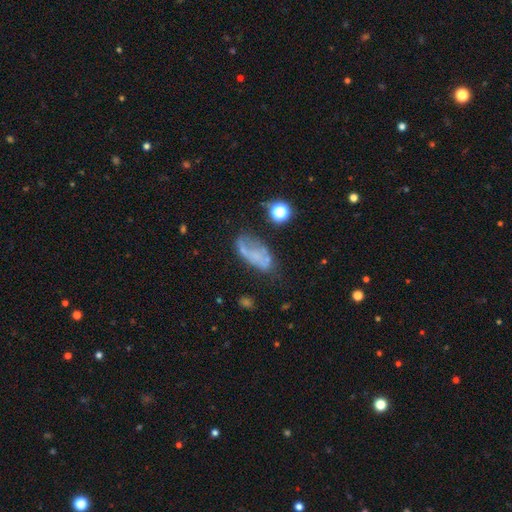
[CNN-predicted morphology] smooth_or_featured: featured or disk (p=0.45) [alt: smooth p=0.40]
merging: none (p=0.41) [alt: minor disturbance p=0.26]